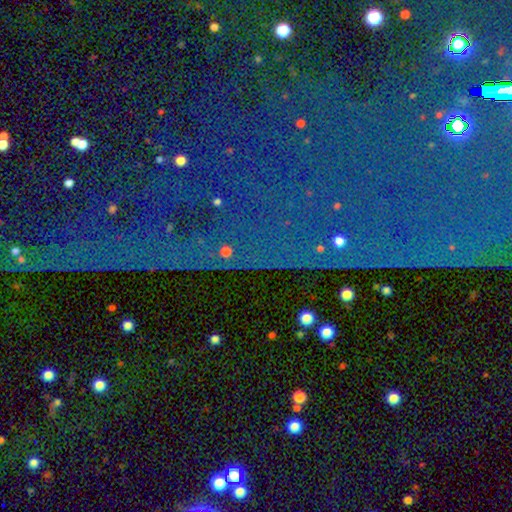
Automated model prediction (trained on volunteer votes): This appears to be a star or artifact, not a galaxy (84%).